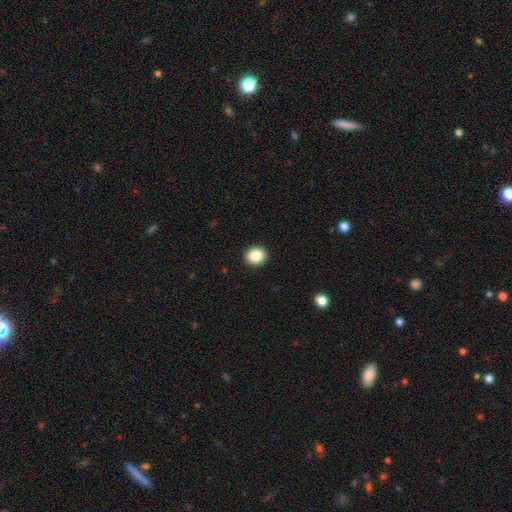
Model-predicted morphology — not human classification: smooth 86%, star or artifact 9%, featured or disk 5%. Down the decision tree: how rounded — round (69%); merging — none (92%).